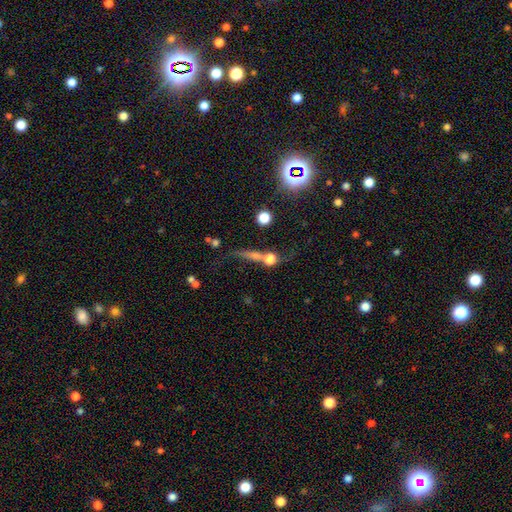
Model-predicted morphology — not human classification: The model was most divided on "smooth or featured": smooth: 42%, featured or disk: 30%, star or artifact: 28%. Remaining: merging — none (47%).